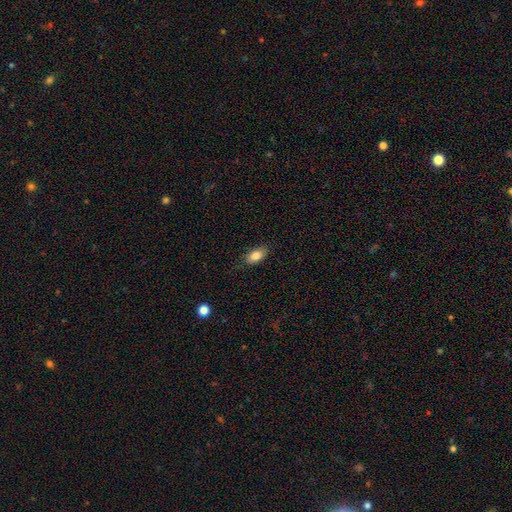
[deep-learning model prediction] The model was most divided on "merging": none: 81%, minor disturbance: 15%, major disturbance: 3%, merger: 1%. More confident: how rounded — in between (89%); smooth or featured — smooth (84%).